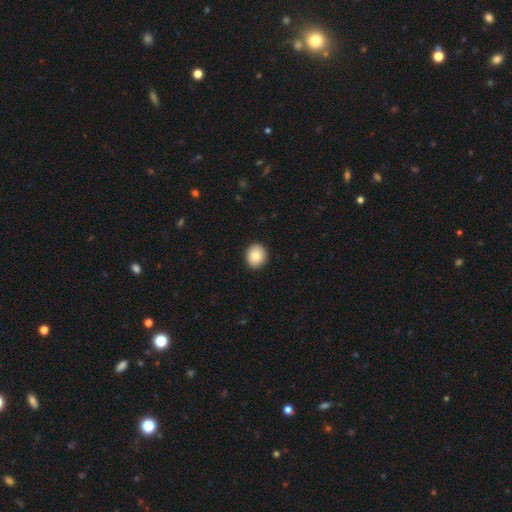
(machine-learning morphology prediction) A smooth galaxy with no disk features (83%) that is round (76%). Merging: none (92%).